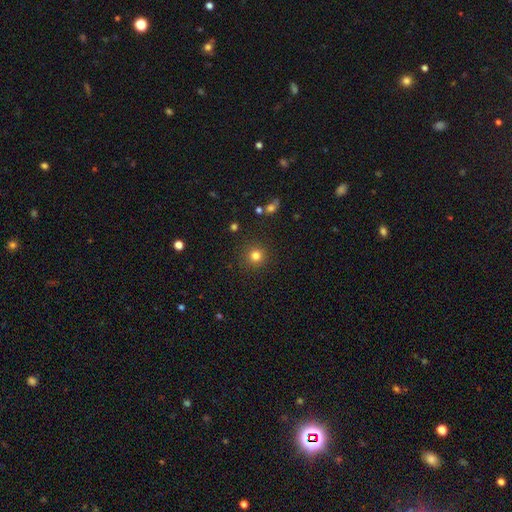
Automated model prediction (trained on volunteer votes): Overall: smooth (80%). How rounded: round (94%). Merging: none (90%).